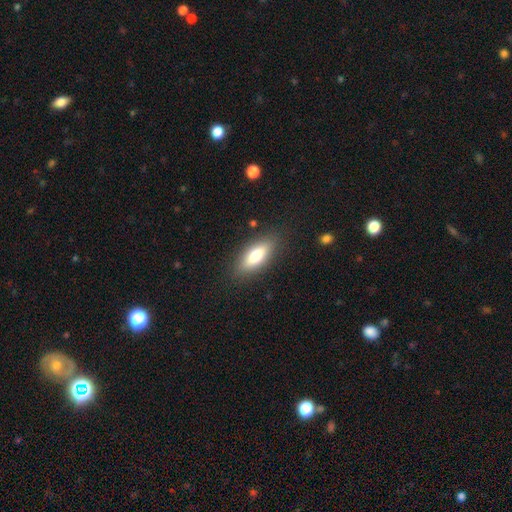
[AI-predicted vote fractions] A smooth galaxy with no disk features (71%) that is in between round and cigar-shaped (70%). Merging: none (85%).